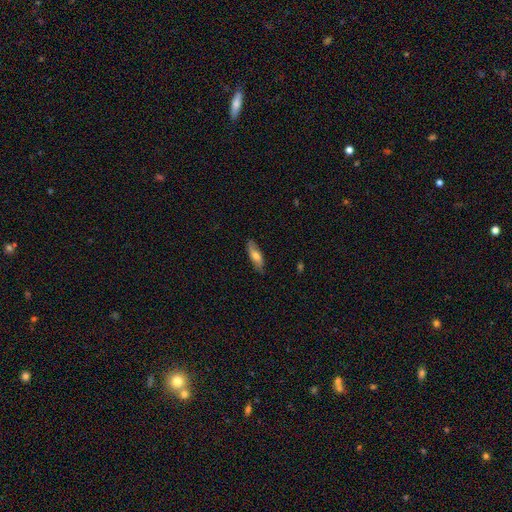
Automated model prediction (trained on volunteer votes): Morphology: type=smooth (65%); roundness=in between (57%); merging=none (82%).